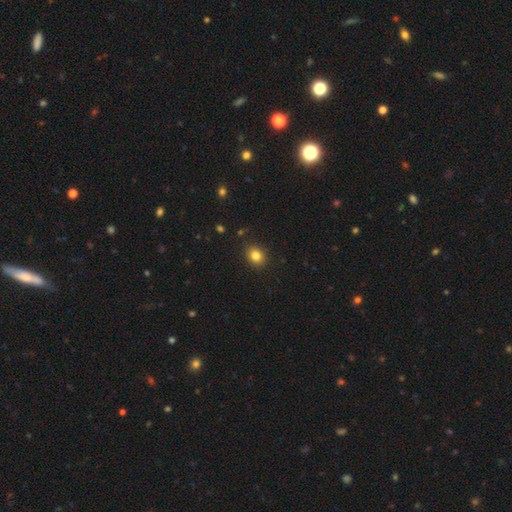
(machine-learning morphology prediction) This is clearly a smooth galaxy (83%). How rounded: likely round (62%). Merging: clearly none (89%).